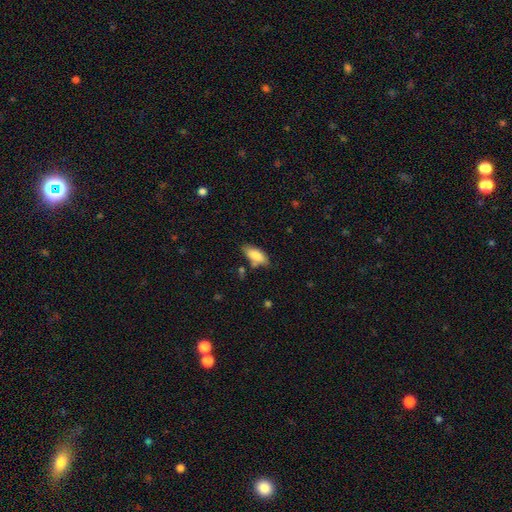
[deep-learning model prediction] Smooth or featured?
  - smooth: 84% *
  - featured or disk: 10%
  - star or artifact: 6%
How rounded?
  - in between: 84% *
  - cigar-shaped: 14%
  - round: 2%
Merging?
  - none: 71% *
  - minor disturbance: 18%
  - merger: 7%
  - major disturbance: 4%